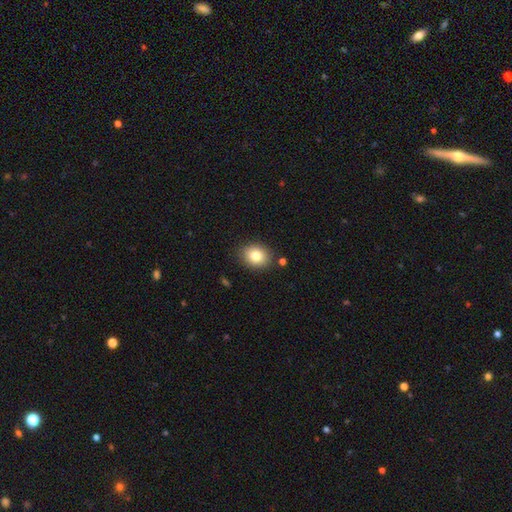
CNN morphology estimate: smooth 81%, star or artifact 9%, featured or disk 9%. Down the decision tree: how rounded — in between (51%); merging — none (85%).